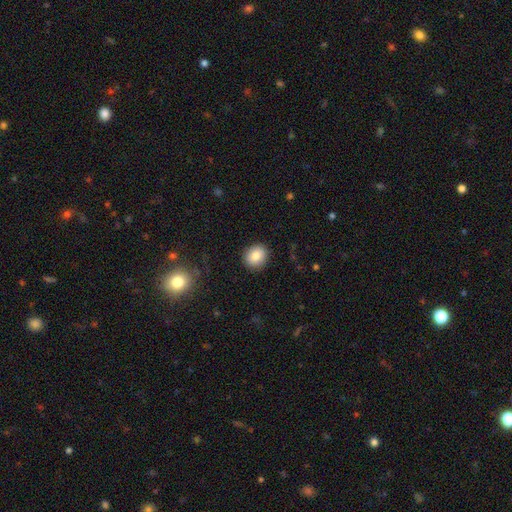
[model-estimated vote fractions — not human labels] A smooth galaxy with no disk features (82%) that is round (78%). Merging: none (90%).